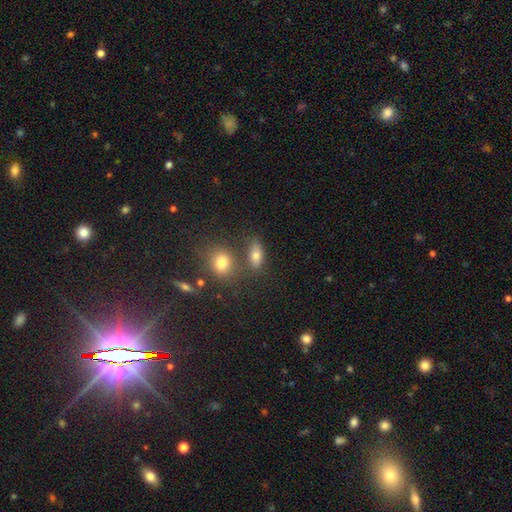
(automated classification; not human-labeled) Smooth or featured?
  - smooth: 72% *
  - featured or disk: 14%
  - star or artifact: 14%
How rounded?
  - in between: 75% *
  - round: 15%
  - cigar-shaped: 10%
Merging?
  - none: 66% *
  - merger: 16%
  - minor disturbance: 13%
  - major disturbance: 5%